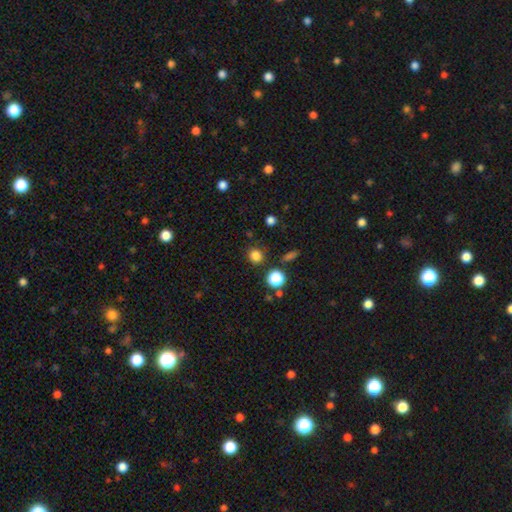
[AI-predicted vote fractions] Smooth or featured? Predicted: smooth (p=0.81). How rounded? Predicted: round (p=0.85). Merging? Predicted: none (p=0.85).